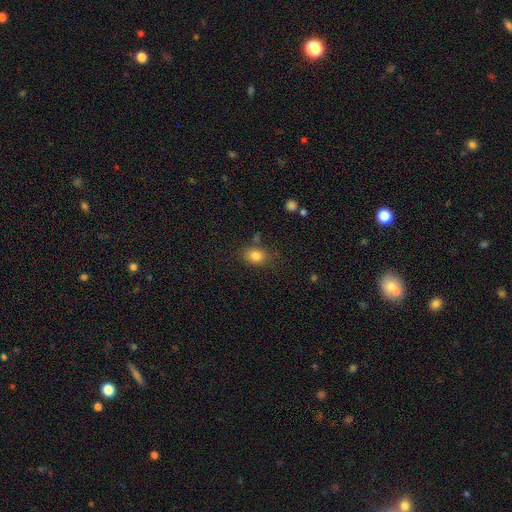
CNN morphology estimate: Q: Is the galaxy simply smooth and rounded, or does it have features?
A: smooth — 82%.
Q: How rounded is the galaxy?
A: in between — 59%.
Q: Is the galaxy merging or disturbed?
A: none — 74%.